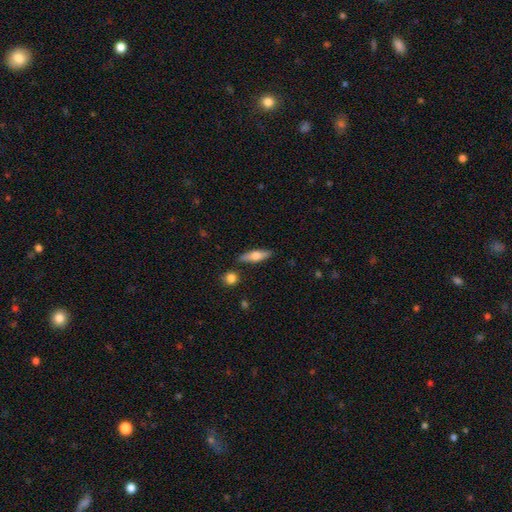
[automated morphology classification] type=smooth (57%); roundness=cigar-shaped (55%); merging=none (84%).